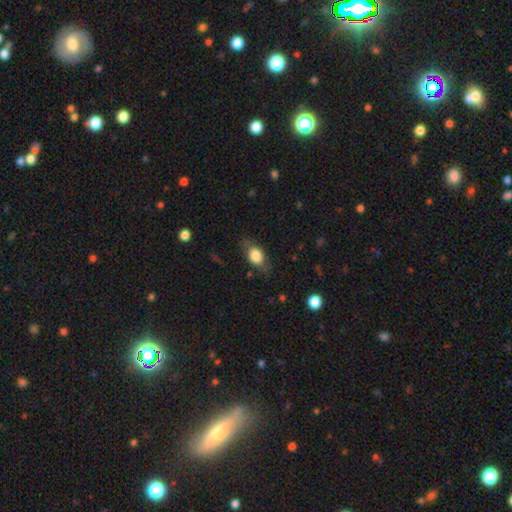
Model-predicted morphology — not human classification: Smooth or featured?
  - smooth: 74% *
  - featured or disk: 18%
  - star or artifact: 7%
How rounded?
  - in between: 81% *
  - round: 15%
  - cigar-shaped: 4%
Merging?
  - none: 73% *
  - minor disturbance: 19%
  - major disturbance: 7%
  - merger: 1%